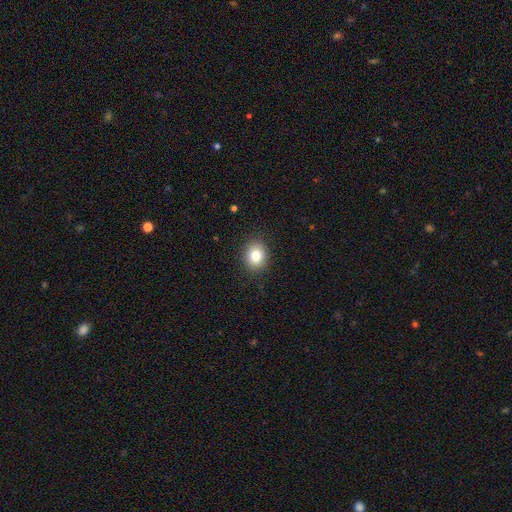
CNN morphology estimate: smooth-or-featured: smooth: 81% | star or artifact: 11% | featured or disk: 8%
  how-rounded: round: 62% | in between: 37% | cigar-shaped: 1%
  merging: none: 89% | minor disturbance: 8% | major disturbance: 2% | merger: 1%